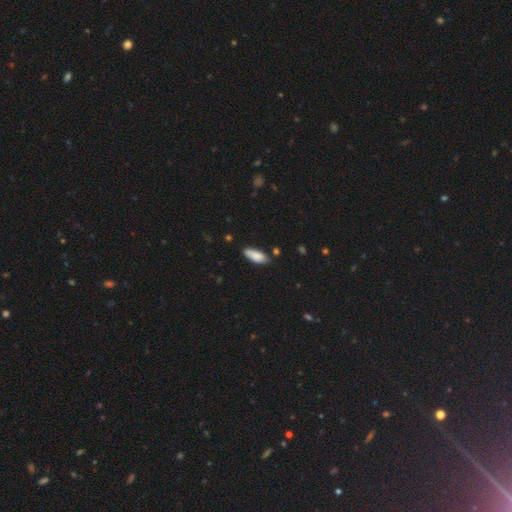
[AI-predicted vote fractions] A smooth galaxy with no disk features (86%) that is in between round and cigar-shaped (76%). Merging: none (76%).